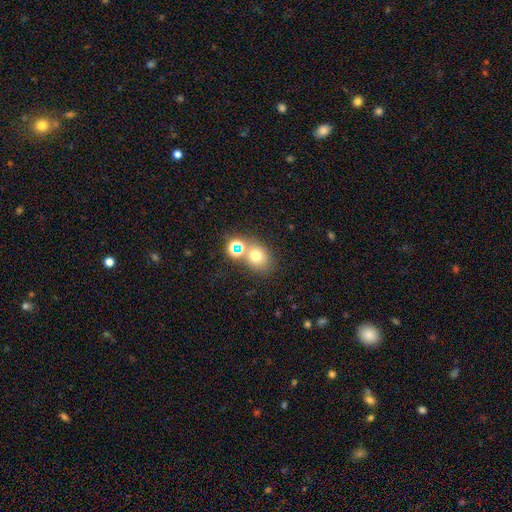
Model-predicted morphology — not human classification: Smooth or featured? smooth (67%)
How rounded? round (59%)
Merging? none (63%)